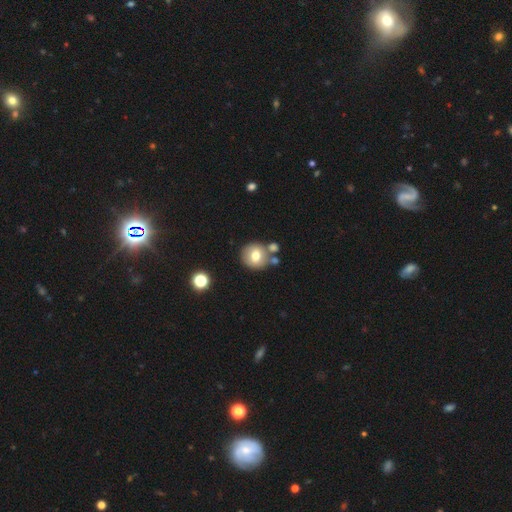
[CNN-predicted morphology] smooth 71%, featured or disk 19%, star or artifact 10%. Down the decision tree: how rounded — round (89%); merging — none (69%).